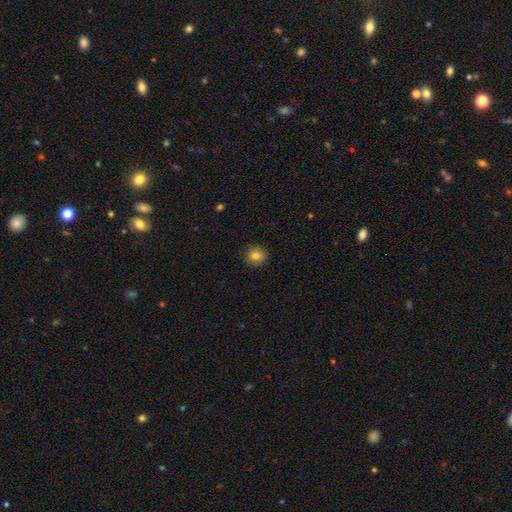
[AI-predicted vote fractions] Q: Smooth or featured?
A: smooth (80%); runner-up: star or artifact (10%)
Q: How rounded?
A: round (84%); runner-up: in between (15%)
Q: Merging?
A: none (90%); runner-up: minor disturbance (7%)